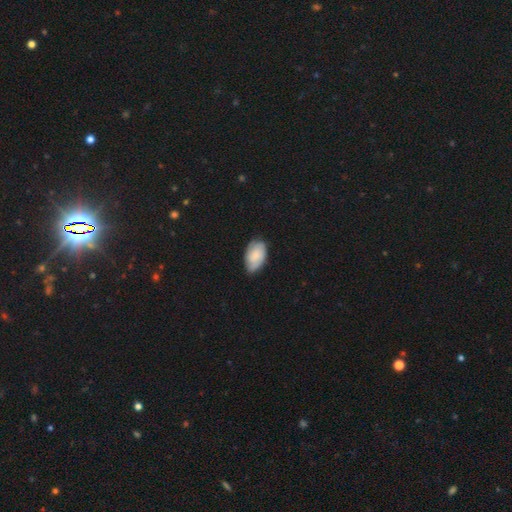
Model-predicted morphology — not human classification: A smooth galaxy with no disk features (75%) that is in between round and cigar-shaped (94%). Merging: none (66%).